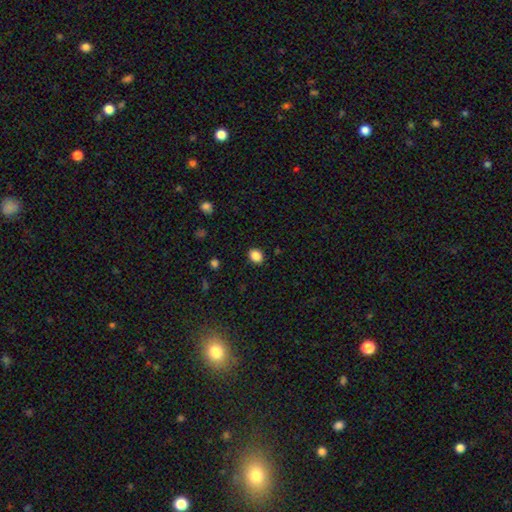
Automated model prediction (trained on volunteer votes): Smooth or featured? smooth (87%)
How rounded? in between (53%)
Merging? none (89%)